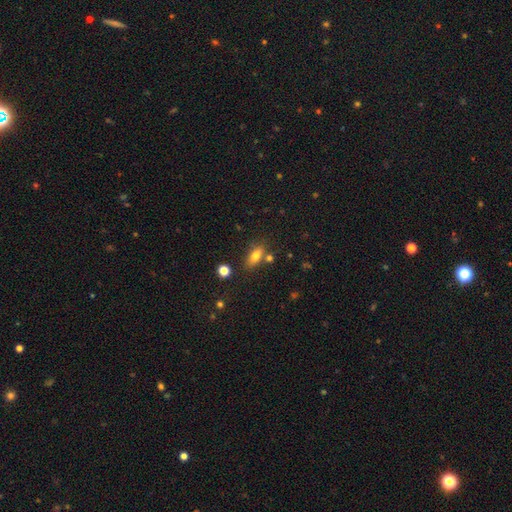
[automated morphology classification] The model was most divided on "merging": none: 72%, minor disturbance: 13%, merger: 11%, major disturbance: 4%. More confident: how rounded — in between (79%); smooth or featured — smooth (76%).